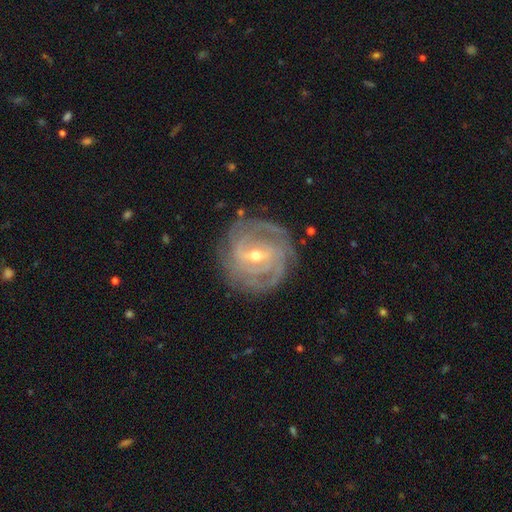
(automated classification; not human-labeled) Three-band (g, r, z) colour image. It shows a featured or disk galaxy (90%) with a weak bar (49%), 3 (28%) tight (73%) spiral arms (97%) and a moderate central bulge (57%). Merging: none (80%).